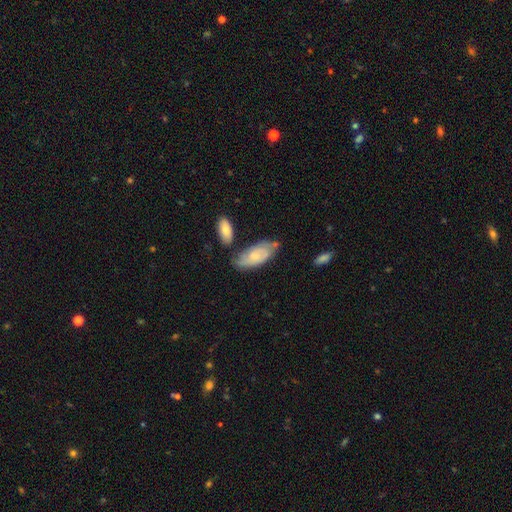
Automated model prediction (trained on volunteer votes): The model was most divided on "smooth or featured": featured or disk: 48%, smooth: 46%, star or artifact: 6%. More confident: merging — none (55%).